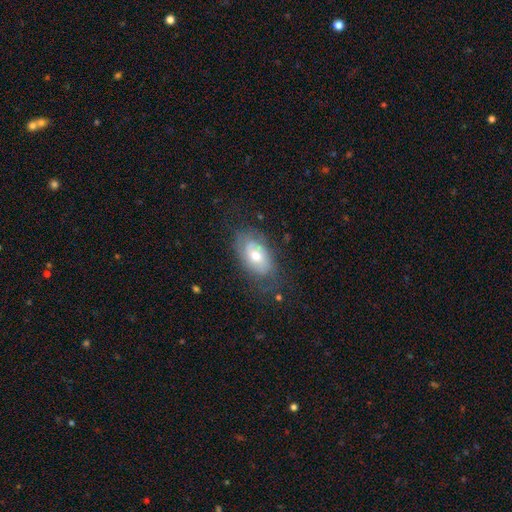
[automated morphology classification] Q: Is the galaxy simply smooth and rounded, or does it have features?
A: featured or disk — 52%.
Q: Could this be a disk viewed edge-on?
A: no — 91%.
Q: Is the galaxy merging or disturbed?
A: none — 68%.